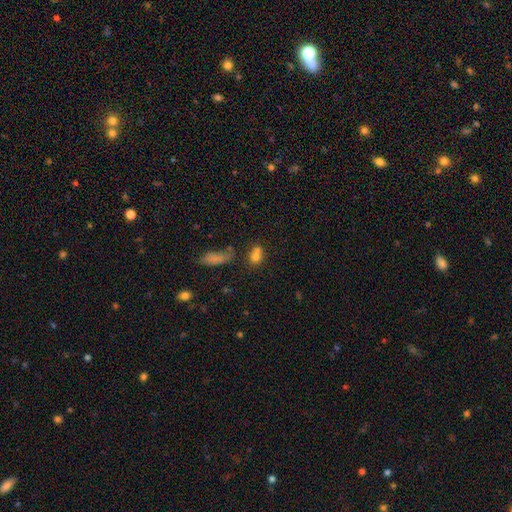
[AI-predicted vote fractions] smooth_or_featured: smooth (p=0.72) [alt: star or artifact p=0.14]
how_rounded: round (p=0.58) [alt: in between p=0.40]
merging: merger (p=0.46) [alt: none p=0.38]